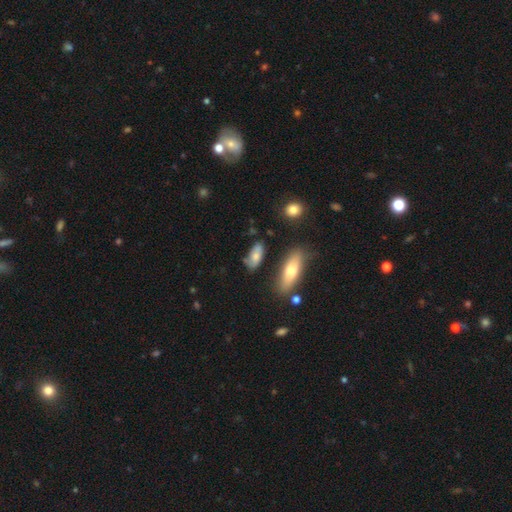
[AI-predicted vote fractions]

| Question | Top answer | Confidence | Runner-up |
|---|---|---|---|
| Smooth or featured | smooth | 67% | featured or disk (24%) |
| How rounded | in between | 81% | cigar-shaped (14%) |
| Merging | none | 63% | minor disturbance (23%) |